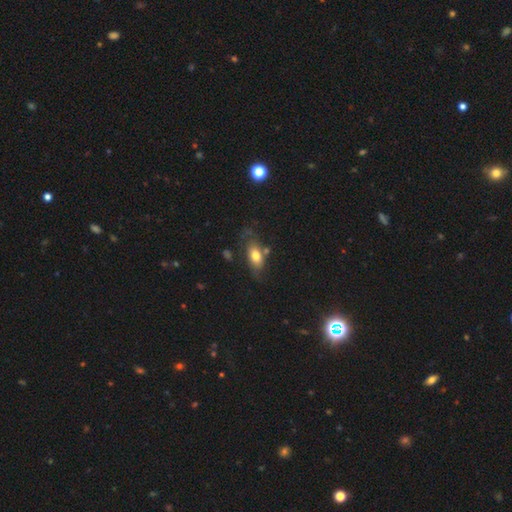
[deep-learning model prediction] This is likely a smooth galaxy (71%). How rounded: clearly in between (86%). Merging: likely none (62%).